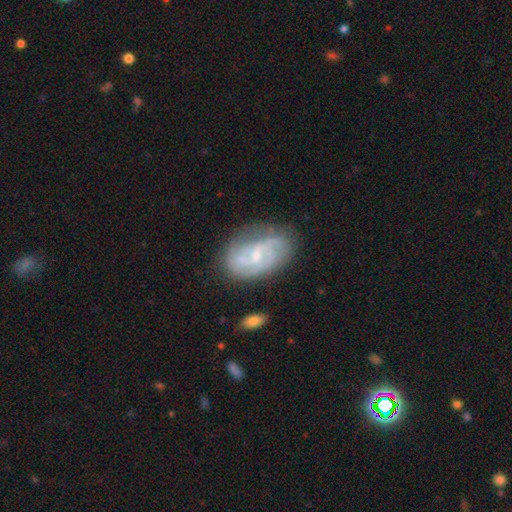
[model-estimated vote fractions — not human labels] Smooth or featured: featured or disk — 80% (smooth — 14%)
Edge-on disk: no — 97% (yes — 3%)
Bar: no — 48% (weak — 45%)
Spiral arms: yes — 94% (no — 6%)
Spiral winding: tight — 43% (tied with medium — 43%)
Spiral arm count: 2 — 47% (can't tell — 22%)
Bulge size: small — 66% (moderate — 27%)
Merging: none — 71% (minor disturbance — 20%)